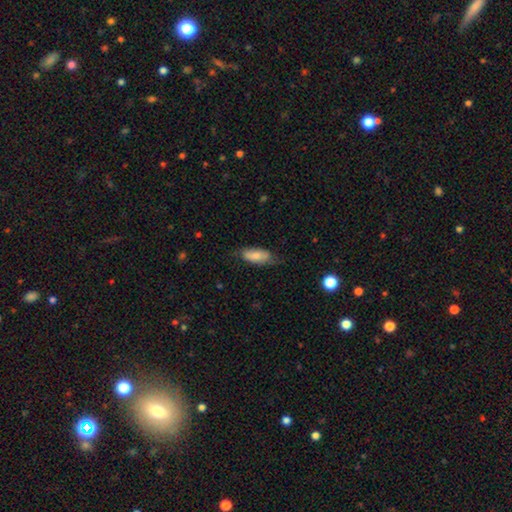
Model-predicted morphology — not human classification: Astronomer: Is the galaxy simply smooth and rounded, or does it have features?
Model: smooth — 76%.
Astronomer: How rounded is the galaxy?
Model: in between — 80%.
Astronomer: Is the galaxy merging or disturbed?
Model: none — 62%.